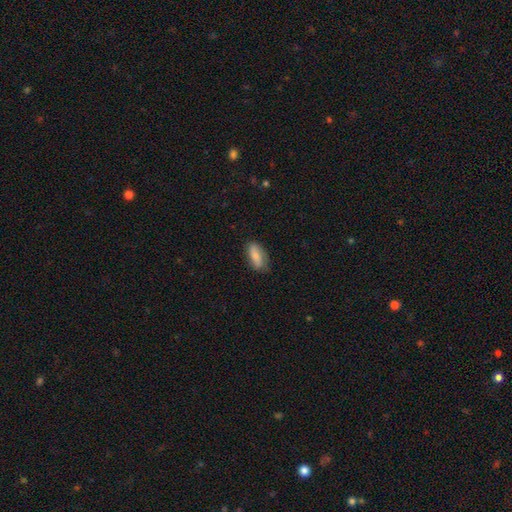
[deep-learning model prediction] The model was most divided on "merging": none: 77%, minor disturbance: 19%, major disturbance: 4%, merger: 1%. More confident: how rounded — in between (82%); smooth or featured — smooth (79%).